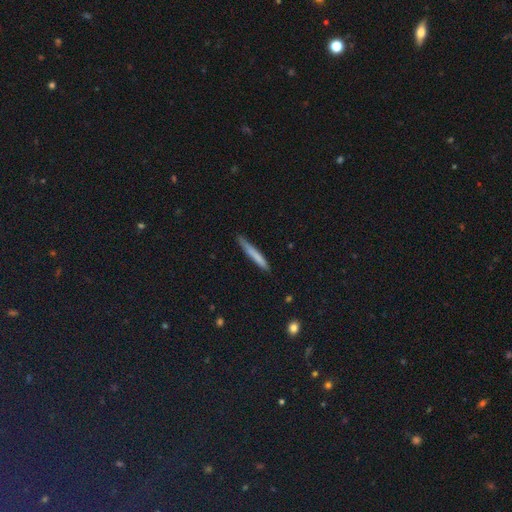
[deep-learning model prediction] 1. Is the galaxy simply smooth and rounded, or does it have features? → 71% smooth, 23% featured or disk, 6% star or artifact.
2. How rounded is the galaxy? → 96% cigar-shaped, 3% in between, 1% round.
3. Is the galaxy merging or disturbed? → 80% none, 16% minor disturbance, 3% major disturbance, 2% merger.